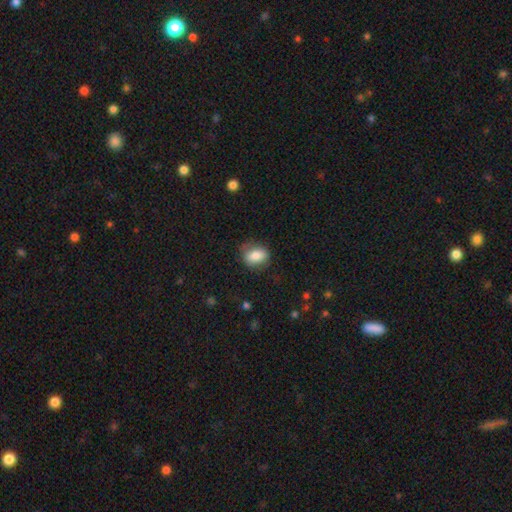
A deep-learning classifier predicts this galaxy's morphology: Overall: smooth (81%). How rounded: in between (71%). Merging: none (71%).